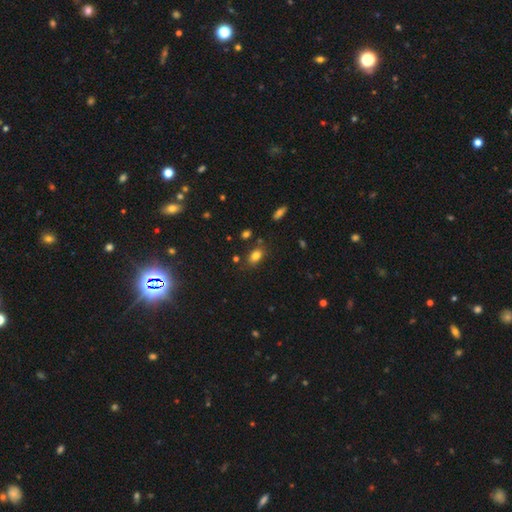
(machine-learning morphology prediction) This appears to be a smooth galaxy with no disk features (81%) that is in between round and cigar-shaped (82%). Merging: none (79%).